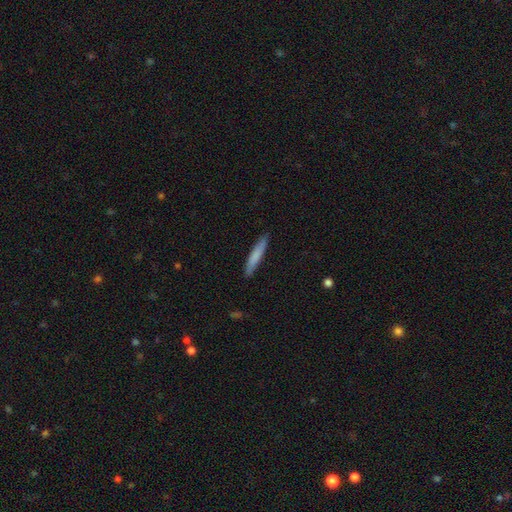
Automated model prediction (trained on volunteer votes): Overall: smooth (76%). How rounded: cigar-shaped (93%). Merging: none (88%).